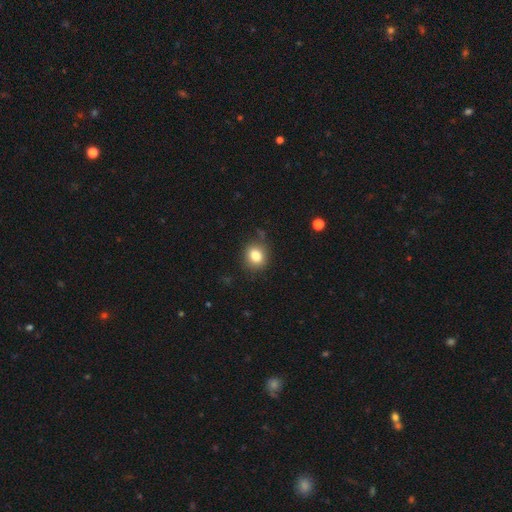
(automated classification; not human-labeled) This appears to be a smooth galaxy with no disk features (83%) that is round (76%). Merging: none (83%).